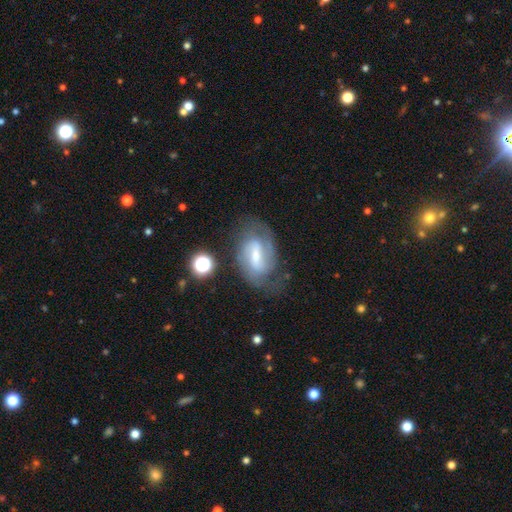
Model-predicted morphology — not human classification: This is likely a featured or disk galaxy (77%). It is clearly not viewed edge-on (96%). Bar: possibly weak (50%). Spiral arm pattern: clearly yes (90%). Spiral arm count: likely 2 (72%). Spiral winding: possibly medium (49%). Central bulge: possibly small (46%). Merging: likely none (60%).